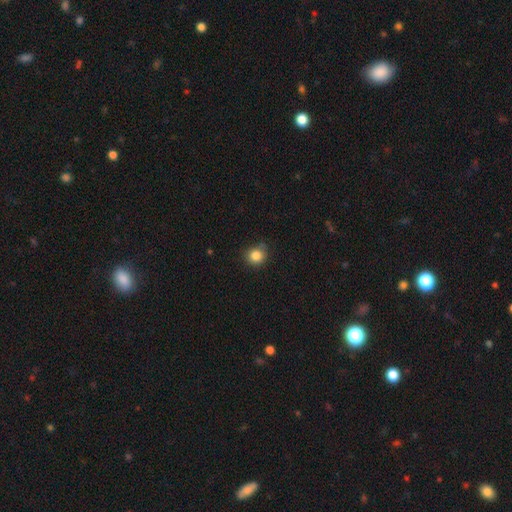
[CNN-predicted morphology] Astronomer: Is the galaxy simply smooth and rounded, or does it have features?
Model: smooth — 84%.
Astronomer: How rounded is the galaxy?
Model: round — 80%.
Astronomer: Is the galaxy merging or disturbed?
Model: none — 76%.